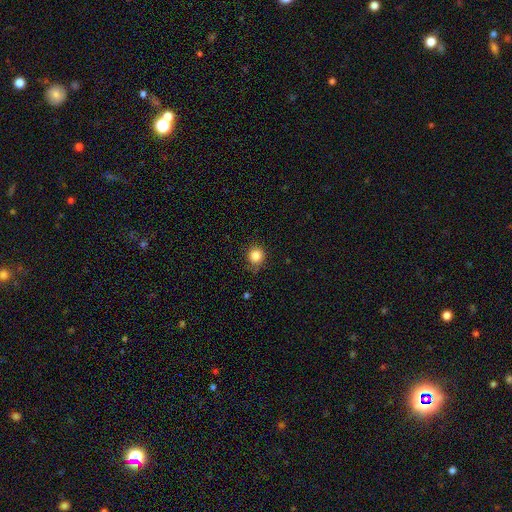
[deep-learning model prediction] smooth 84%, star or artifact 11%, featured or disk 5%. Down the decision tree: how rounded — round (91%); merging — none (79%).